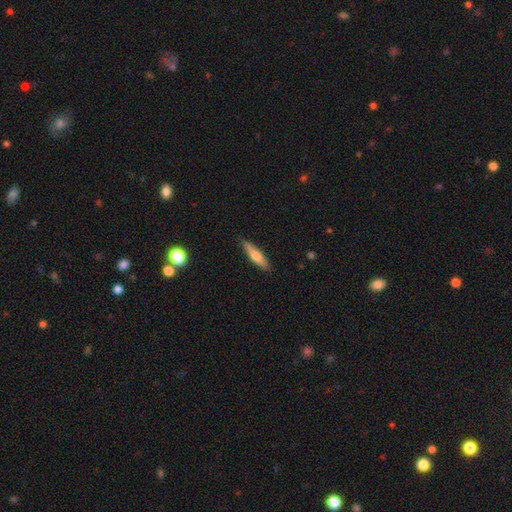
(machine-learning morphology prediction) smooth-or-featured: smooth: 60% | featured or disk: 34% | star or artifact: 6%
  how-rounded: cigar-shaped: 80% | in between: 18% | round: 2%
  merging: none: 87% | minor disturbance: 10% | major disturbance: 2% | merger: 1%